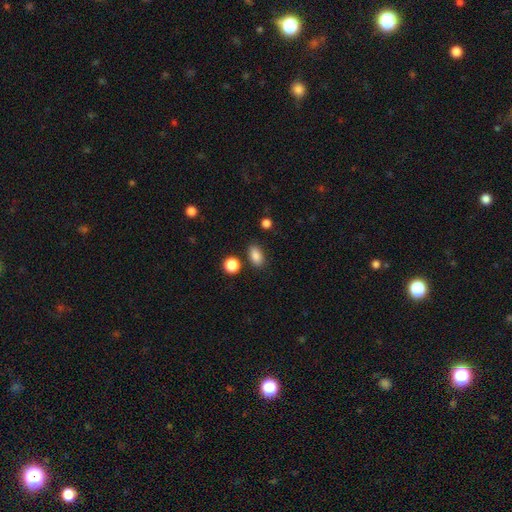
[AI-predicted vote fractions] smooth 86%, star or artifact 9%, featured or disk 5%. Down the decision tree: how rounded — in between (86%); merging — none (83%).